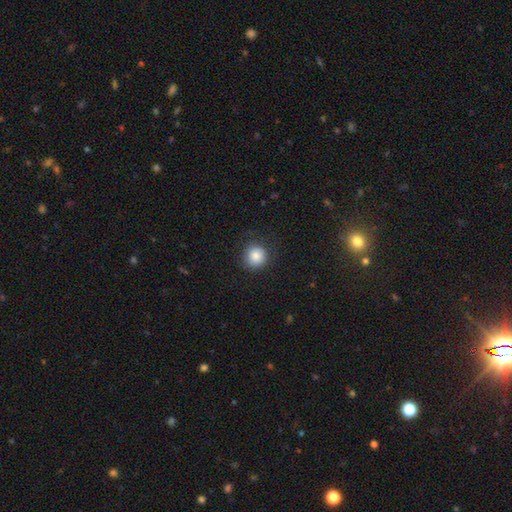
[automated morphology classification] Q: Smooth or featured?
A: smooth (84%); runner-up: star or artifact (10%)
Q: How rounded?
A: round (92%); runner-up: in between (7%)
Q: Merging?
A: none (86%); runner-up: minor disturbance (10%)